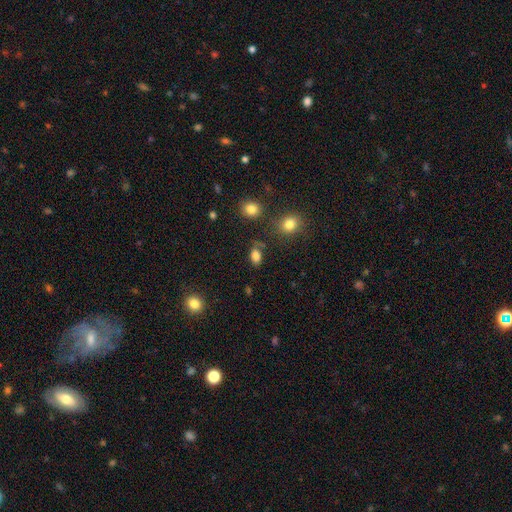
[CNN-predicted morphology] A smooth galaxy with no disk features (82%) that is in between round and cigar-shaped (87%).

Vote fractions:
- Smooth or featured? smooth: 82% / star or artifact: 12% / featured or disk: 6%
- How rounded? in between: 87% / round: 11% / cigar-shaped: 2%
- Merging? none: 75% / minor disturbance: 15% / merger: 5% / major disturbance: 5%